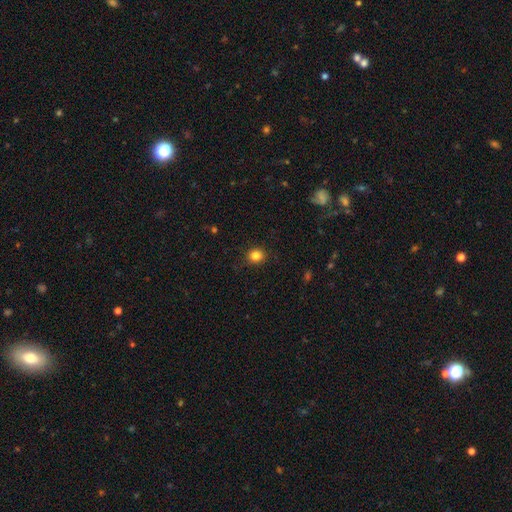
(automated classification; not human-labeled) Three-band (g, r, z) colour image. It shows a smooth galaxy with no disk features (84%) that is round (84%). Merging: none (89%).